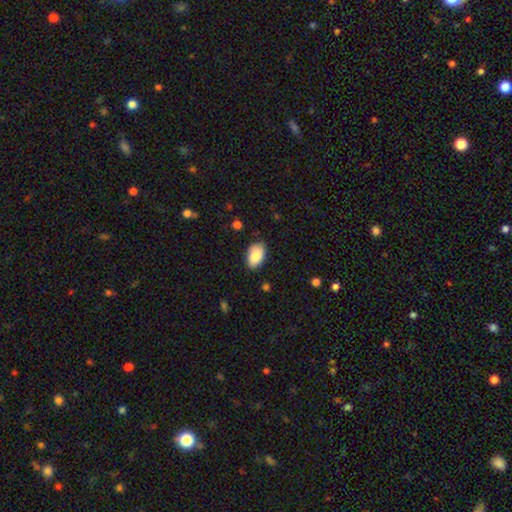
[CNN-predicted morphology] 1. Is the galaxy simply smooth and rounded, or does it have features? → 87% smooth, 7% star or artifact, 6% featured or disk.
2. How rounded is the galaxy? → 93% in between, 6% round, 1% cigar-shaped.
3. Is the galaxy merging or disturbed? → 83% none, 14% minor disturbance, 2% major disturbance, 1% merger.